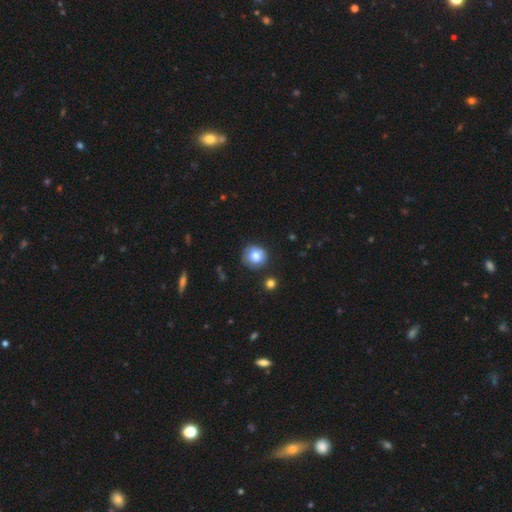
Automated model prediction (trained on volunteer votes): A smooth galaxy with no disk features (79%) that is round (87%). Merging: none (82%).